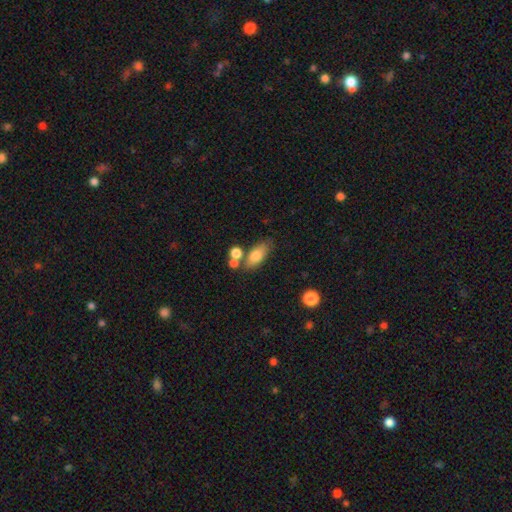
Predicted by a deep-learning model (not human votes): This is likely a smooth galaxy (77%). How rounded: likely in between (79%). Merging: likely none (61%).